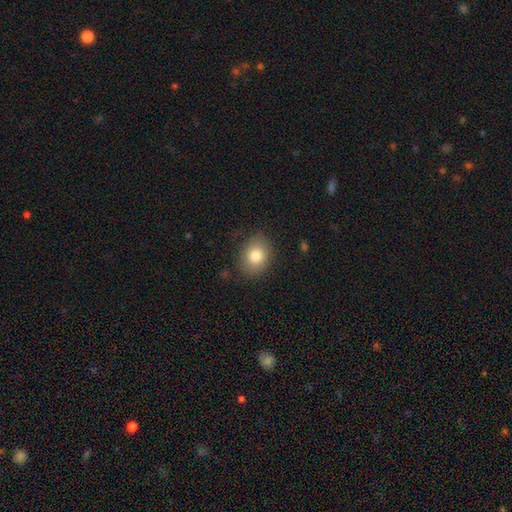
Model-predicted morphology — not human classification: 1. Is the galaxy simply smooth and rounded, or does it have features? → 80% smooth, 10% featured or disk, 9% star or artifact.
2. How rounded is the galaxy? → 55% in between, 44% round, 1% cigar-shaped.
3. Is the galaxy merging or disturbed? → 84% none, 12% minor disturbance, 3% major disturbance, 1% merger.